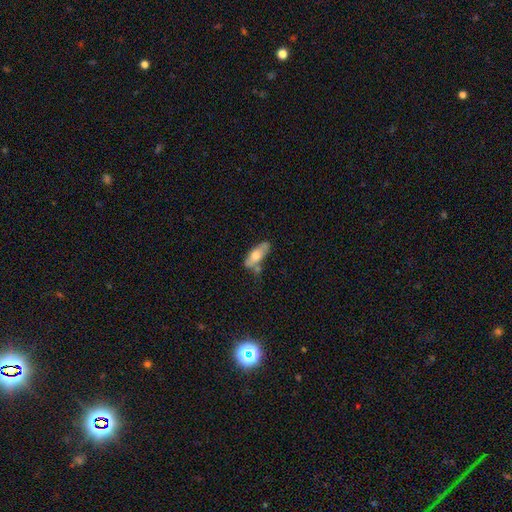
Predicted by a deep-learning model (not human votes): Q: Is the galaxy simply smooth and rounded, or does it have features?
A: smooth — 62%.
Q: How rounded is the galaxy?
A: in between — 76%.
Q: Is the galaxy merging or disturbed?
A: none — 54%.